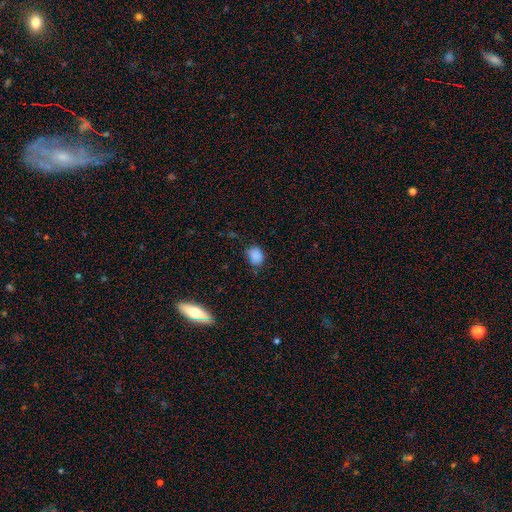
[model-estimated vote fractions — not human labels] Smooth or featured: smooth — 85% (star or artifact — 11%)
How rounded: in between — 56% (round — 43%)
Merging: none — 68% (minor disturbance — 25%)